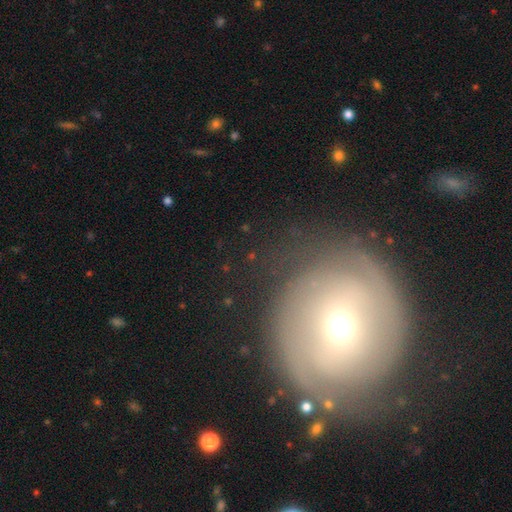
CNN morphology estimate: Smooth or featured? Predicted: featured or disk (p=0.63). Edge-on disk? Predicted: no (p=0.96). Bar? Predicted: no (p=0.64). Spiral arms? Predicted: yes (p=0.75). Bulge size? Predicted: small (p=0.52). Merging? Predicted: none (p=0.74).